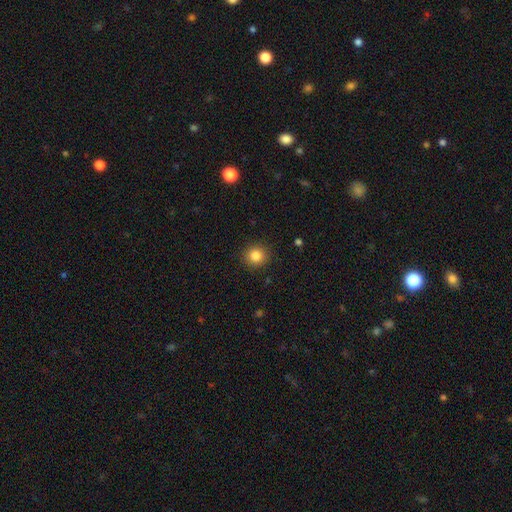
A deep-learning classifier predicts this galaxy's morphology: This appears to be a smooth galaxy with no disk features (84%) that is round (90%). Merging: none (91%).